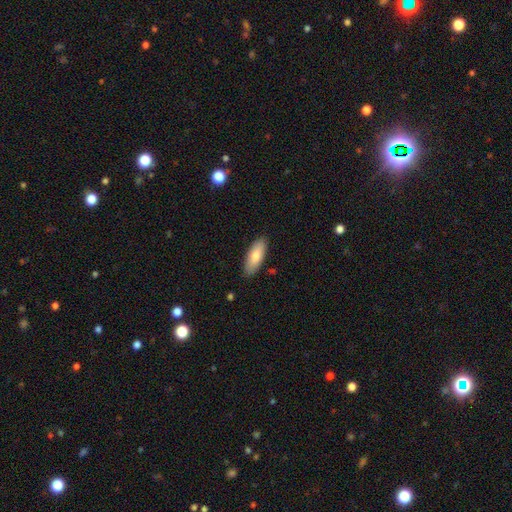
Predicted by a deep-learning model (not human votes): Morphology: type=smooth (81%); roundness=in between (73%); merging=none (87%).